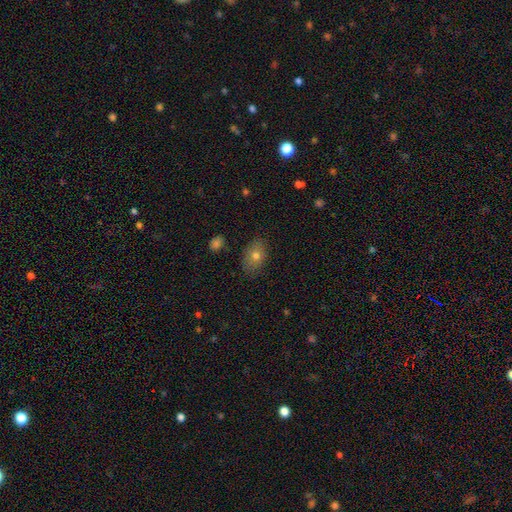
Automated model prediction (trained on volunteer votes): Smooth or featured: smooth — 74% (featured or disk — 16%)
How rounded: in between — 82% (round — 17%)
Merging: none — 84% (minor disturbance — 12%)